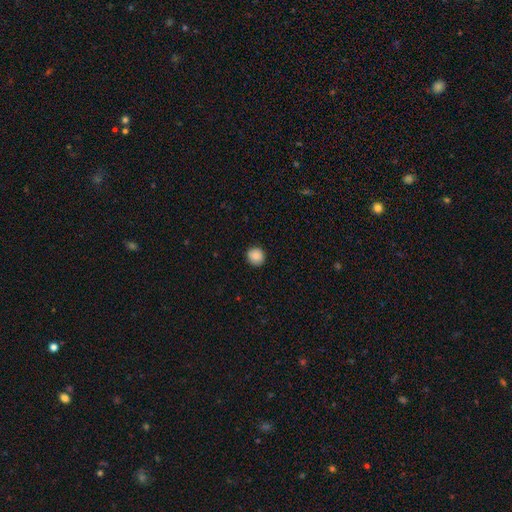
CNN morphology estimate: Smooth or featured: smooth — 86% (star or artifact — 9%)
How rounded: round — 91% (in between — 8%)
Merging: none — 91% (minor disturbance — 7%)